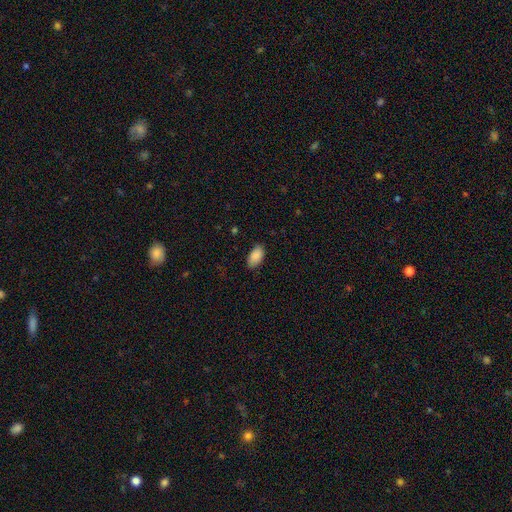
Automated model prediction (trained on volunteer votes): Morphology: type=smooth (89%); roundness=in between (94%); merging=none (81%).